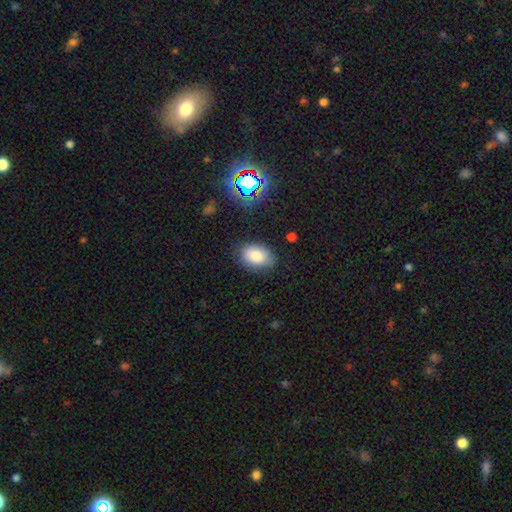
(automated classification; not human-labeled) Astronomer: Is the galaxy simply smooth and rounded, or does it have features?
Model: smooth — 83%.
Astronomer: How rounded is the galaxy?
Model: in between — 85%.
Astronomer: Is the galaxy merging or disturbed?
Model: none — 78%.